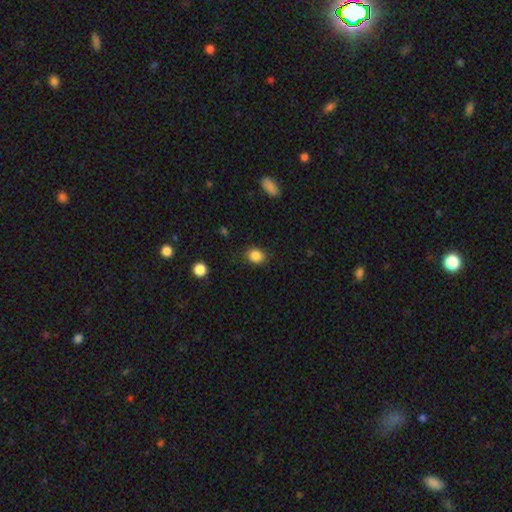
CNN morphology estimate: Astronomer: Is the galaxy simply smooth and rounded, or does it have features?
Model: smooth — 86%.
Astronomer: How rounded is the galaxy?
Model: round — 57% (runner-up: in between, 42%).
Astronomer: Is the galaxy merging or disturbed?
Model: none — 83%.